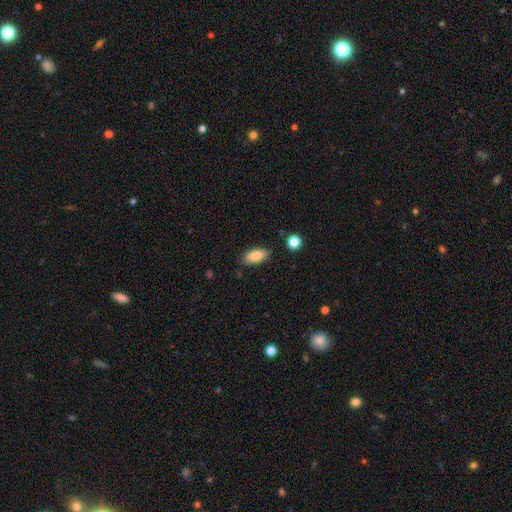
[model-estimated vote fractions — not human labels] Overall: smooth (84%). How rounded: in between (89%). Merging: none (82%).